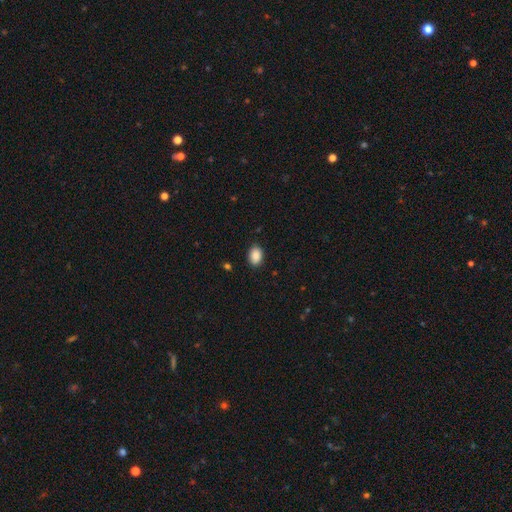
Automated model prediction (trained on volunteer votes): smooth_or_featured: smooth (p=0.90) [alt: star or artifact p=0.07]
how_rounded: in between (p=0.82) [alt: round p=0.17]
merging: none (p=0.88) [alt: minor disturbance p=0.09]